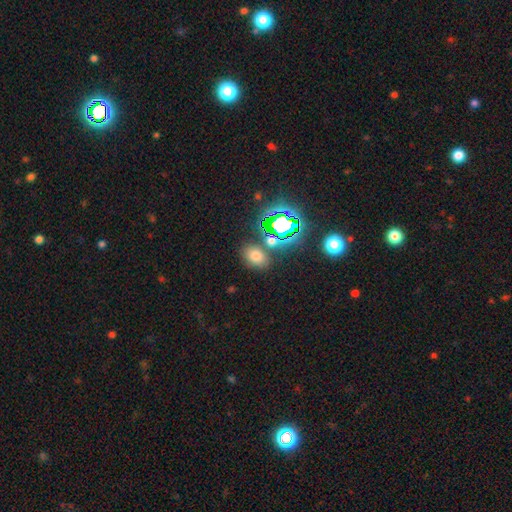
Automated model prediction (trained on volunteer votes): Smooth or featured: smooth — 65% (star or artifact — 26%)
How rounded: in between — 71% (round — 28%)
Merging: none — 78% (minor disturbance — 9%)